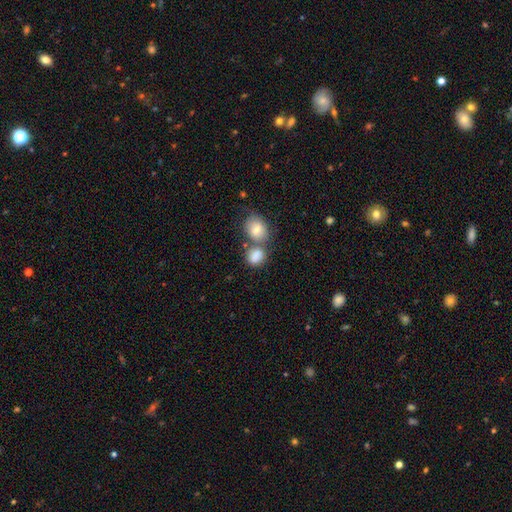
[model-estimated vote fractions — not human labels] Morphology: type=smooth (84%); roundness=in between (51%); merging=merger (43%).